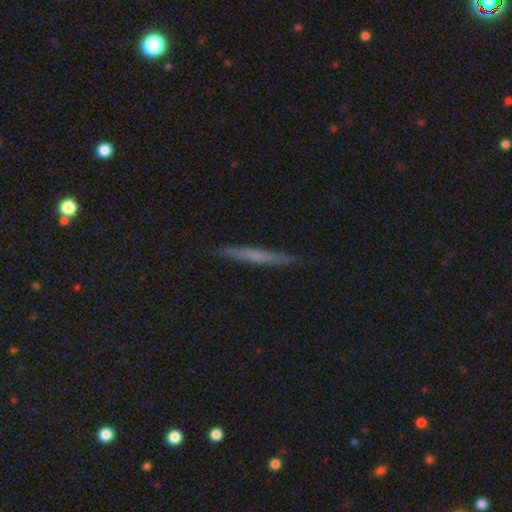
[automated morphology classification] smooth_or_featured: featured or disk (p=0.47) [alt: smooth p=0.46]
merging: none (p=0.90) [alt: minor disturbance p=0.07]